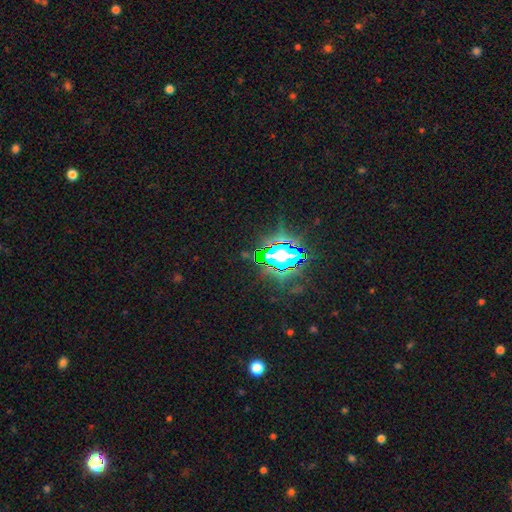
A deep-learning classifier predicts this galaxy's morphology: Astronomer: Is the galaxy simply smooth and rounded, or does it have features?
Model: star or artifact — 75%.